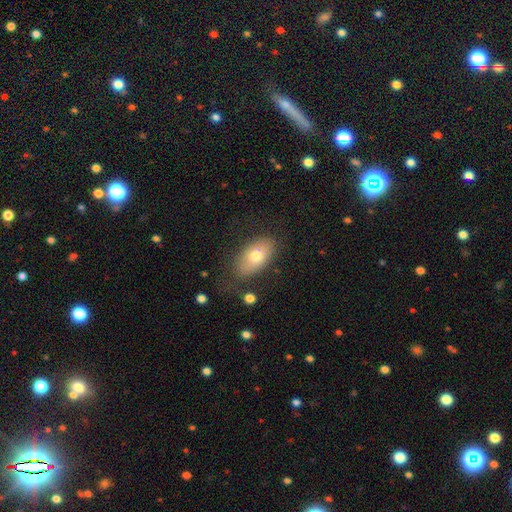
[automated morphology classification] Smooth or featured?
  - smooth: 71% *
  - featured or disk: 21%
  - star or artifact: 7%
How rounded?
  - in between: 92% *
  - round: 5%
  - cigar-shaped: 2%
Merging?
  - none: 74% *
  - minor disturbance: 17%
  - major disturbance: 6%
  - merger: 2%